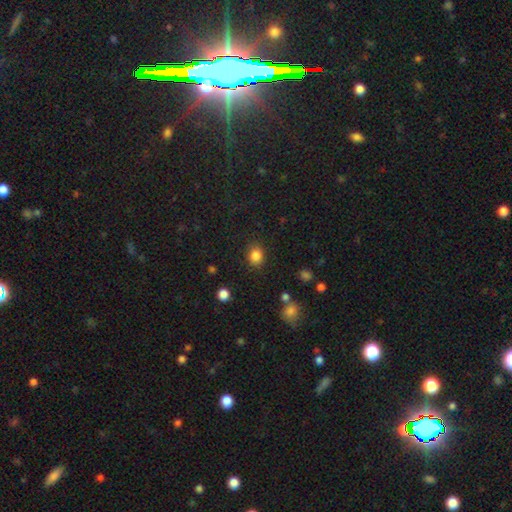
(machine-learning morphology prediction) Smooth or featured?
  - smooth: 84% *
  - star or artifact: 11%
  - featured or disk: 5%
How rounded?
  - round: 58% *
  - in between: 41%
  - cigar-shaped: 1%
Merging?
  - none: 83% *
  - minor disturbance: 11%
  - major disturbance: 4%
  - merger: 2%